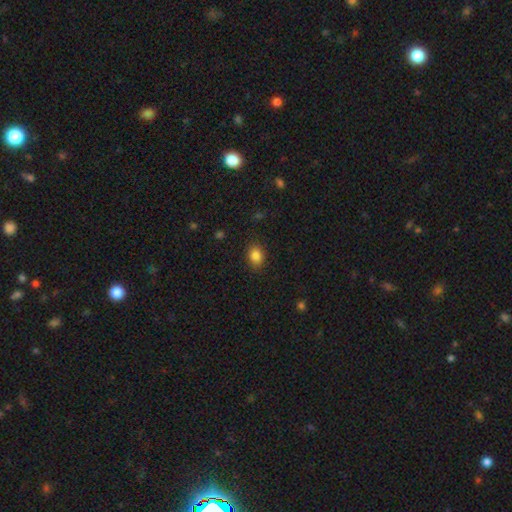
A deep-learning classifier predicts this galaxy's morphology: A smooth galaxy with no disk features (85%) that is in between round and cigar-shaped (59%). Merging: none (87%).